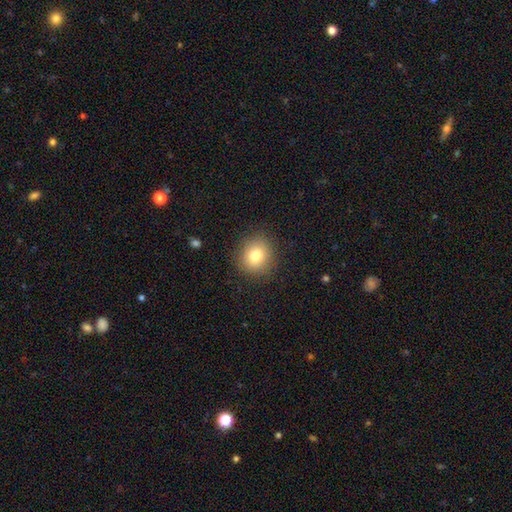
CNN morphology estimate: The model was most divided on "smooth or featured": smooth: 79%, star or artifact: 11%, featured or disk: 10%. More confident: merging — none (89%); how rounded — round (86%).